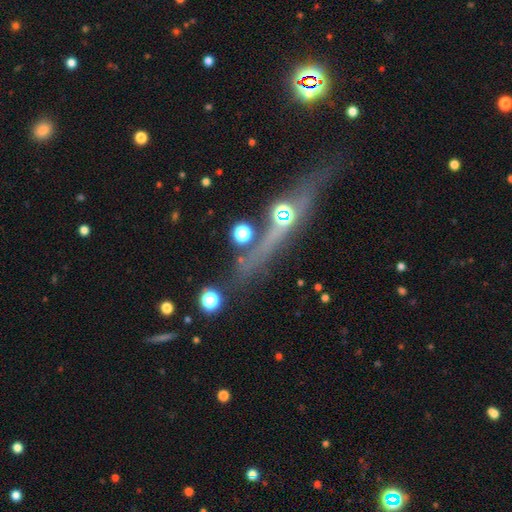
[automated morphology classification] type=featured or disk (65%); edge-on=yes (81%); edge-on bulge=rounded (89%); merging=none (60%).